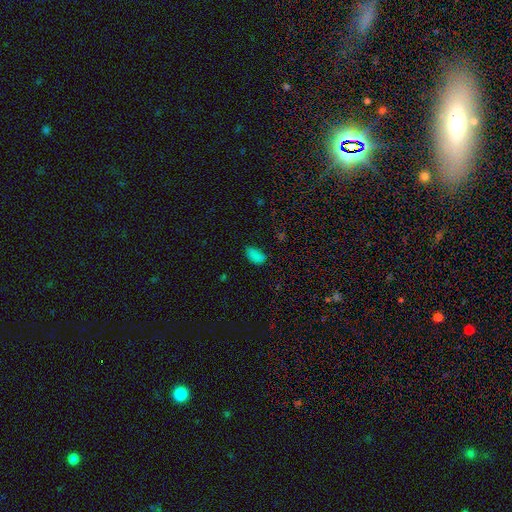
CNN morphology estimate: Smooth or featured: smooth — 77% (star or artifact — 19%)
How rounded: in between — 93% (round — 5%)
Merging: none — 73% (minor disturbance — 20%)